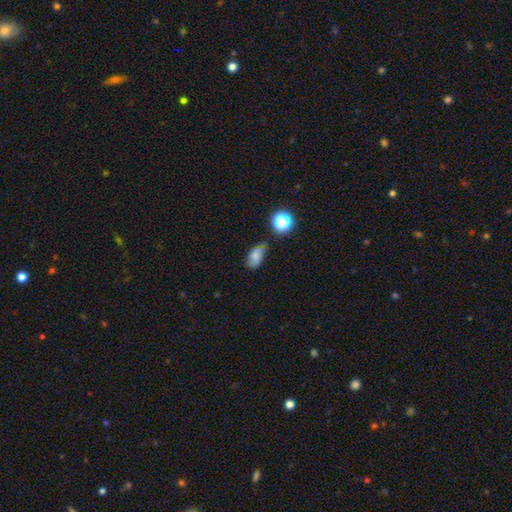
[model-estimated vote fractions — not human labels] This is likely a smooth galaxy (73%). How rounded: clearly in between (86%). Merging: likely none (62%).